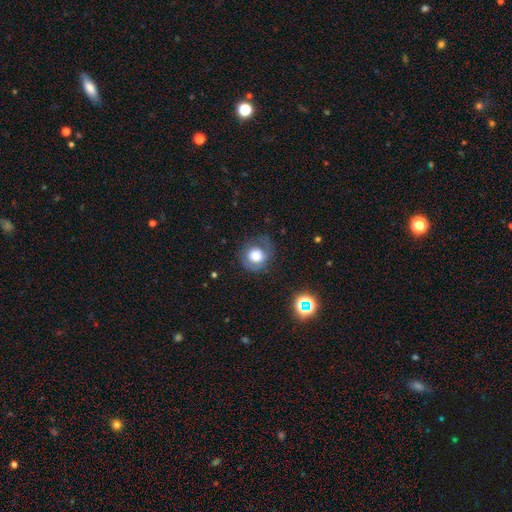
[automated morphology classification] smooth-or-featured: smooth: 60% | featured or disk: 28% | star or artifact: 12%
  how-rounded: round: 79% | in between: 20% | cigar-shaped: 1%
  merging: none: 57% | minor disturbance: 23% | major disturbance: 18% | merger: 2%